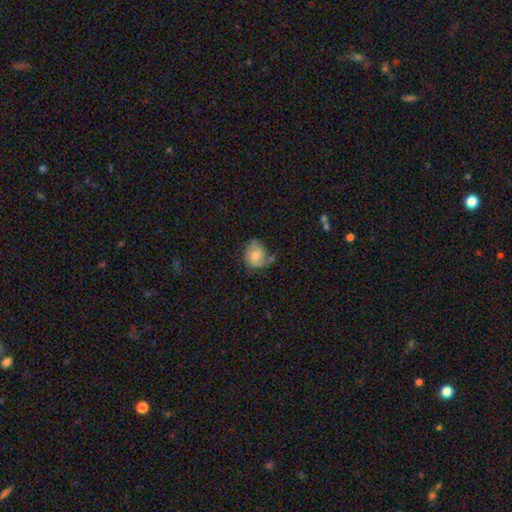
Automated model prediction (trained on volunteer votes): A smooth galaxy with no disk features (55%) that is round (58%).

Vote fractions:
- Smooth or featured? smooth: 55% / featured or disk: 37% / star or artifact: 8%
- How rounded? round: 58% / in between: 41% / cigar-shaped: 1%
- Merging? none: 44% / minor disturbance: 32% / major disturbance: 18% / merger: 5%